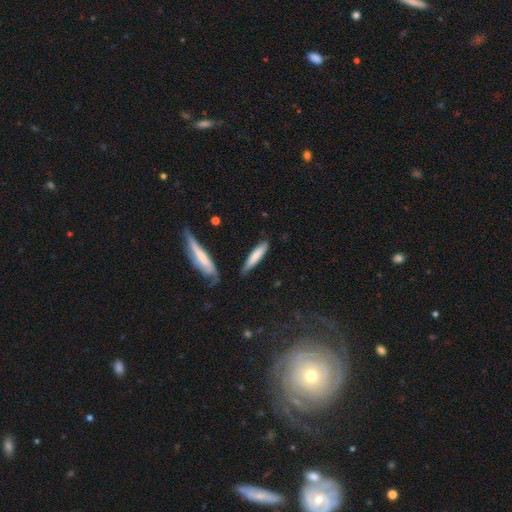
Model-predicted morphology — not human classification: smooth-or-featured: smooth: 75% | featured or disk: 20% | star or artifact: 5%
  how-rounded: cigar-shaped: 84% | in between: 14% | round: 1%
  merging: none: 74% | minor disturbance: 17% | merger: 5% | major disturbance: 4%